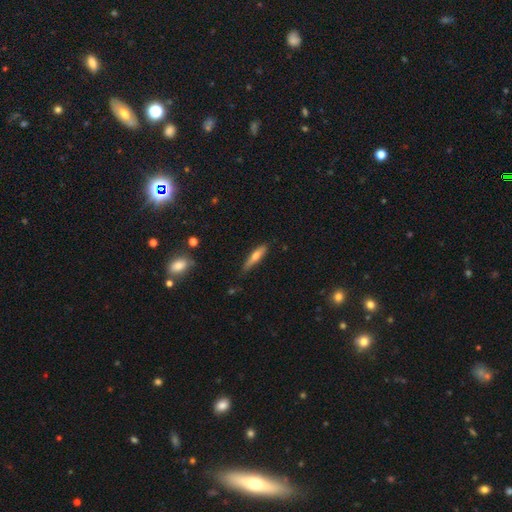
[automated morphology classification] Smooth or featured? smooth (52%)
How rounded? cigar-shaped (82%)
Merging? none (79%)